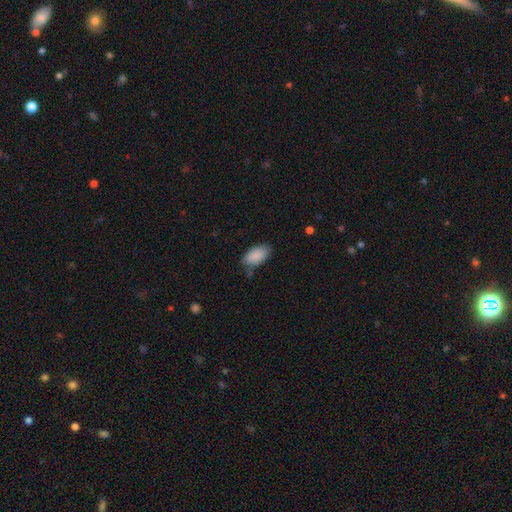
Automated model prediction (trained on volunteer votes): Overall: smooth (89%). How rounded: in between (94%). Merging: none (72%).